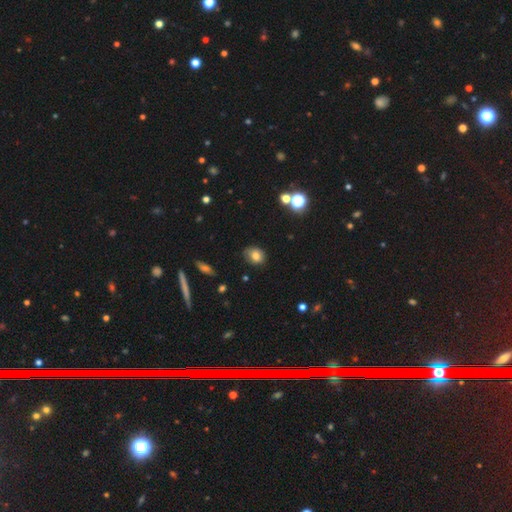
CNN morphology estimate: The model was most divided on "how rounded" (2-way tie): round: 49%, in between: 49%, cigar-shaped: 1%. More confident: smooth or featured — smooth (76%); merging — none (71%).